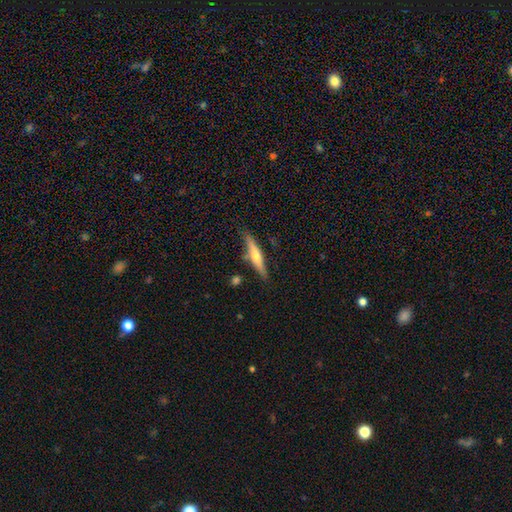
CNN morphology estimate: A featured or disk galaxy (61%) viewed edge-on (95%) with a rounded central bulge (89%).

Vote fractions:
- Smooth or featured? featured or disk: 61% / smooth: 33% / star or artifact: 6%
- Edge-on disk? yes: 95% / no: 5%
- Edge-on bulge? rounded: 89% / none: 6% / boxy: 5%
- Merging? none: 78% / minor disturbance: 15% / merger: 4% / major disturbance: 3%